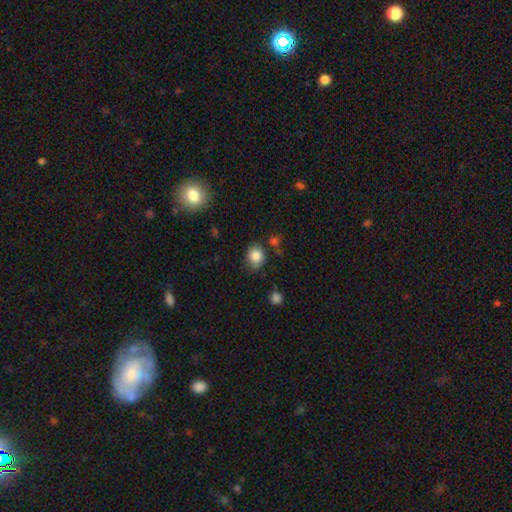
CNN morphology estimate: A smooth galaxy with no disk features (85%) that is round (67%).

Vote fractions:
- Smooth or featured? smooth: 85% / star or artifact: 10% / featured or disk: 5%
- How rounded? round: 67% / in between: 32% / cigar-shaped: 1%
- Merging? none: 74% / minor disturbance: 18% / major disturbance: 4% / merger: 4%